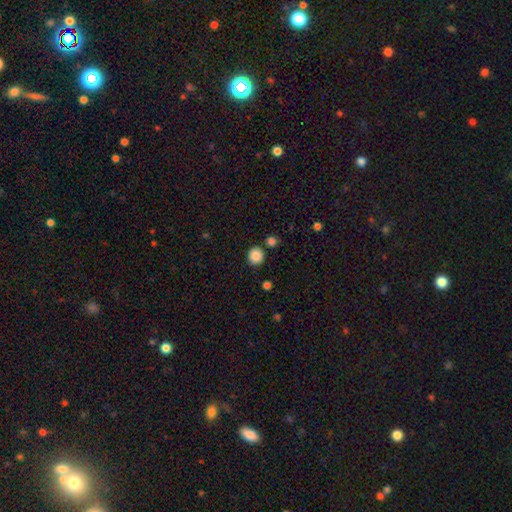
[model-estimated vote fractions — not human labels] Morphology: type=smooth (87%); roundness=round (89%); merging=none (85%).